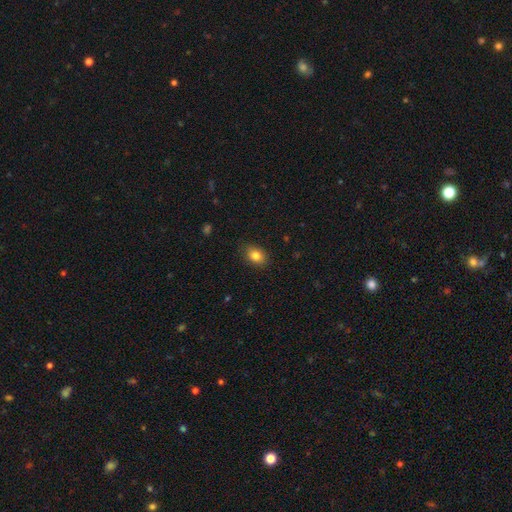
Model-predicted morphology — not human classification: Smooth or featured?
  - smooth: 83% *
  - star or artifact: 10%
  - featured or disk: 7%
How rounded?
  - in between: 70% *
  - round: 29%
  - cigar-shaped: 1%
Merging?
  - none: 86% *
  - minor disturbance: 11%
  - major disturbance: 2%
  - merger: 1%